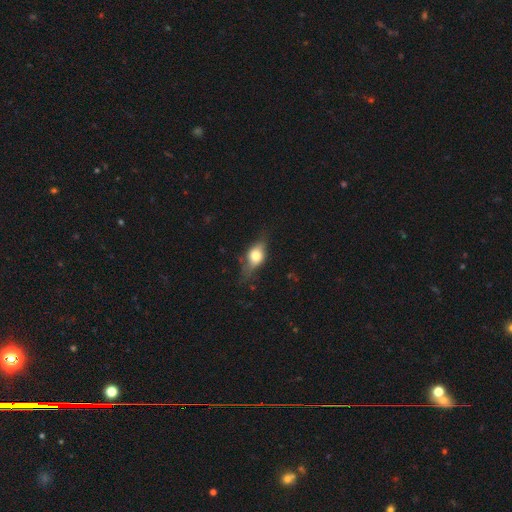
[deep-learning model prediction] smooth-or-featured: smooth: 58% | featured or disk: 34% | star or artifact: 8%
  how-rounded: in between: 73% | round: 19% | cigar-shaped: 9%
  merging: none: 60% | minor disturbance: 27% | major disturbance: 11% | merger: 2%